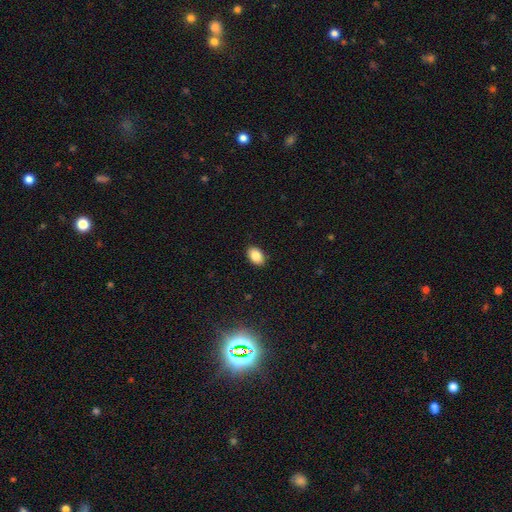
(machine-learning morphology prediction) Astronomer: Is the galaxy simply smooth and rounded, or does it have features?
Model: smooth — 85%.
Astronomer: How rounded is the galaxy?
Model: in between — 88%.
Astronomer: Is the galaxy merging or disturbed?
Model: none — 89%.